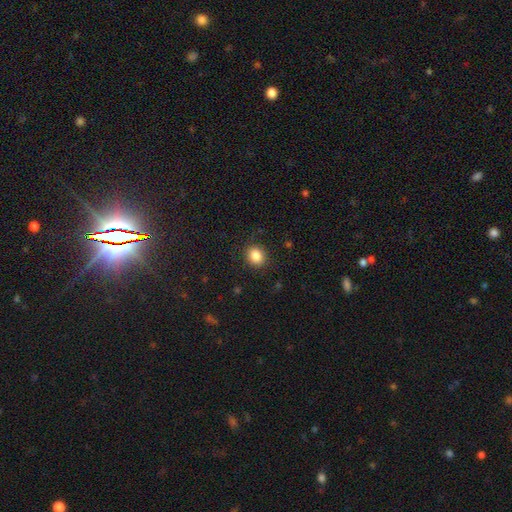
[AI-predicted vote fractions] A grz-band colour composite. It shows a smooth galaxy with no disk features (85%) that is round (72%). Merging: none (88%).